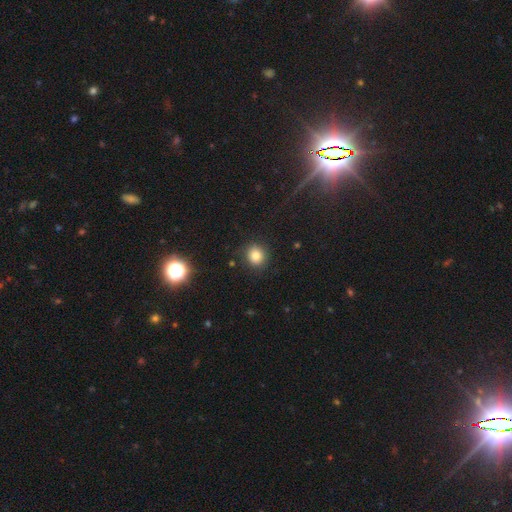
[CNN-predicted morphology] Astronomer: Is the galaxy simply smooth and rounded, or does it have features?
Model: smooth — 79%.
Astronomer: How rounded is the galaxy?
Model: round — 83%.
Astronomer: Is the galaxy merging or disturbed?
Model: none — 86%.